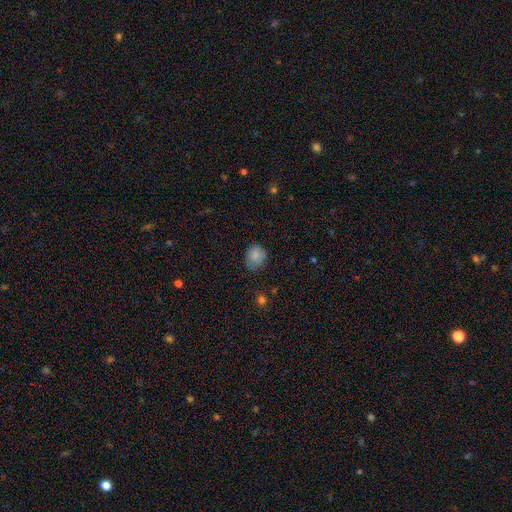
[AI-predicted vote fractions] smooth-or-featured: smooth: 85% | star or artifact: 9% | featured or disk: 6%
  how-rounded: round: 62% | in between: 38% | cigar-shaped: 1%
  merging: none: 70% | minor disturbance: 24% | major disturbance: 5% | merger: 1%